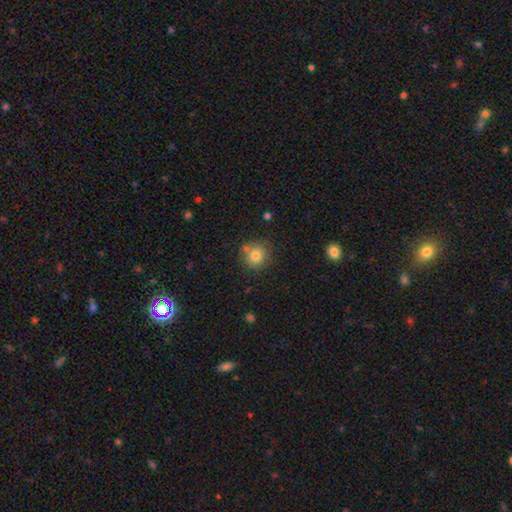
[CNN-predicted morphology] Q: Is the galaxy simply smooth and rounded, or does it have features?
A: smooth — 80%.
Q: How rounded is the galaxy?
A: round — 90%.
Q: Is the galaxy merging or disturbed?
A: none — 73%.